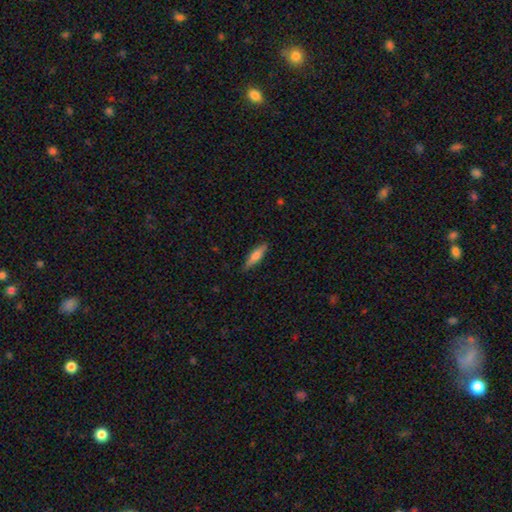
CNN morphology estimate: Smooth or featured? Predicted: smooth (p=0.67). How rounded? Predicted: cigar-shaped (p=0.67). Merging? Predicted: none (p=0.85).